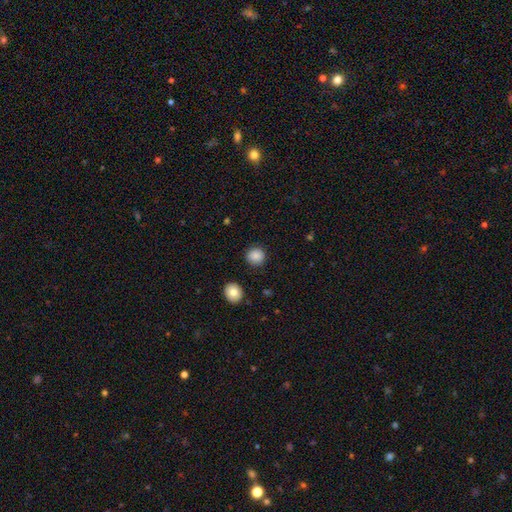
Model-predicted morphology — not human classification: Overall: smooth (87%). How rounded: round (93%). Merging: none (90%).